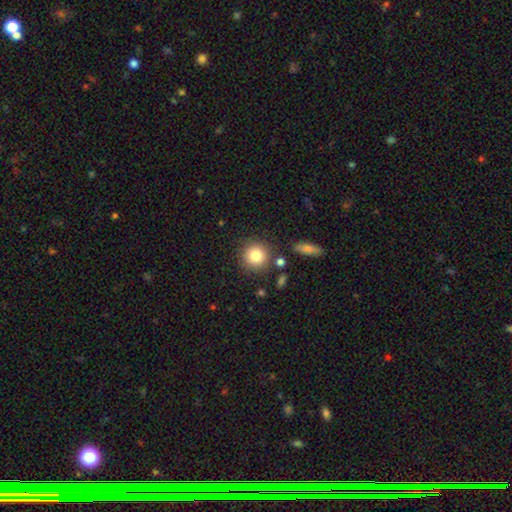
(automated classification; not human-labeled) The model was most divided on "smooth or featured": smooth: 82%, star or artifact: 10%, featured or disk: 9%. More confident: how rounded — round (92%); merging — none (81%).